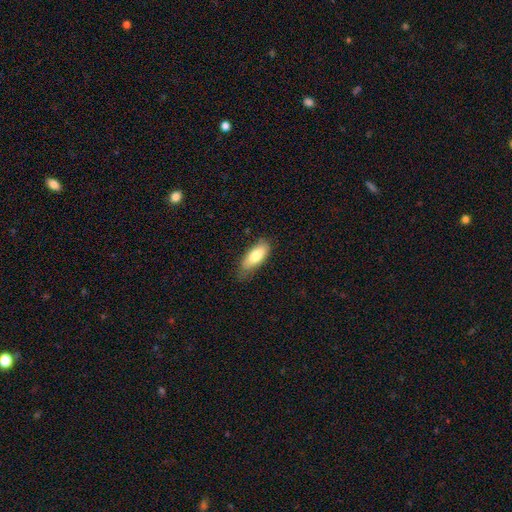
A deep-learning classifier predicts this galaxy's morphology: Smooth or featured? Predicted: smooth (p=0.78). How rounded? Predicted: in between (p=0.77). Merging? Predicted: none (p=0.70).